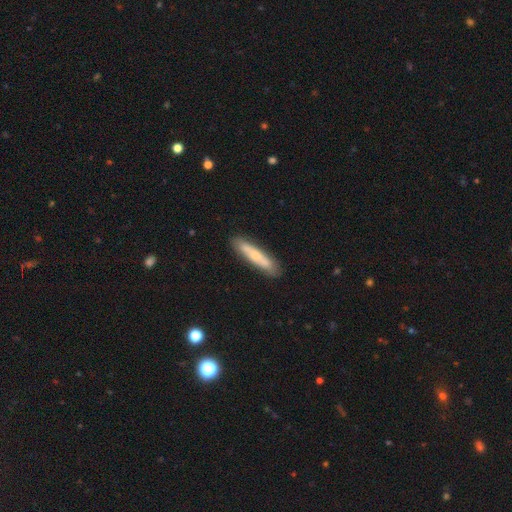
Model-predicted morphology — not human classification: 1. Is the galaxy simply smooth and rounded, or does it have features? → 55% smooth, 40% featured or disk, 6% star or artifact.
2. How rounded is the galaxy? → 87% cigar-shaped, 12% in between, 1% round.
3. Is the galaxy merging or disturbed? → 85% none, 11% minor disturbance, 2% major disturbance, 2% merger.